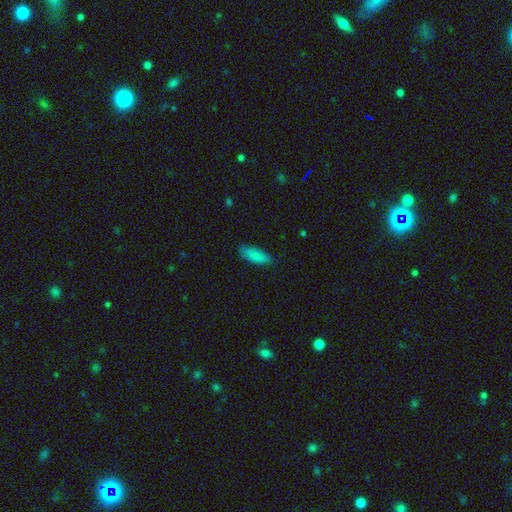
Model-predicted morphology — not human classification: Overall: smooth (87%). How rounded: in between (67%; cigar-shaped 31%). Merging: none (83%).